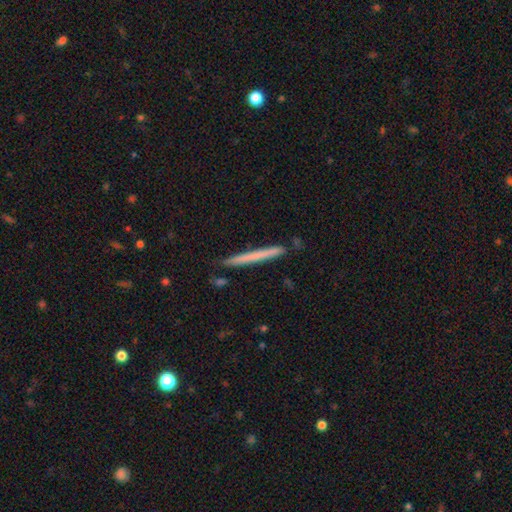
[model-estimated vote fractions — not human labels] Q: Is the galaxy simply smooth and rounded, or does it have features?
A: smooth — 59%.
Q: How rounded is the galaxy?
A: cigar-shaped — 97%.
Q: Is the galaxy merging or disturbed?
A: none — 89%.